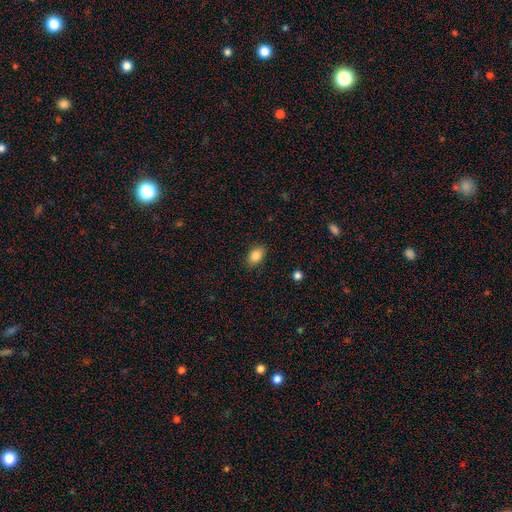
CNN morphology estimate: A smooth galaxy with no disk features (86%) that is in between round and cigar-shaped (85%). Merging: none (87%).